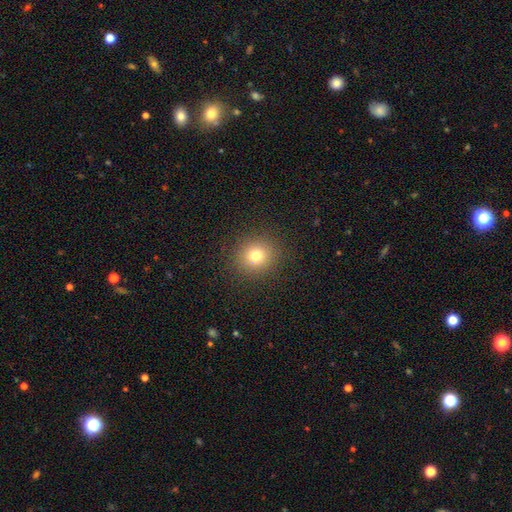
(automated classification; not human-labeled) Overall: smooth (77%). How rounded: round (89%). Merging: none (90%).